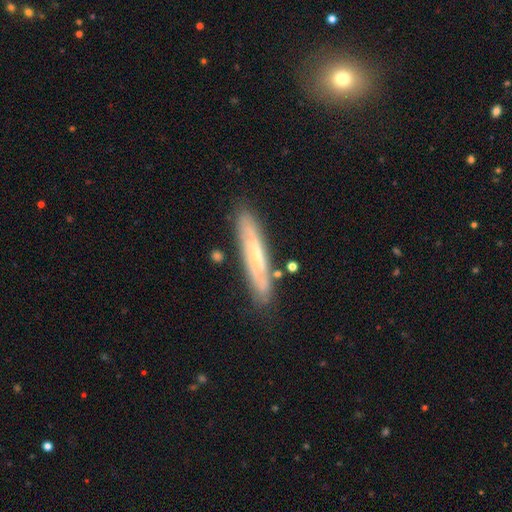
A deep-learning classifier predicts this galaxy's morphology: A featured or disk galaxy (61%) viewed edge-on (51%). Merging: none (79%).